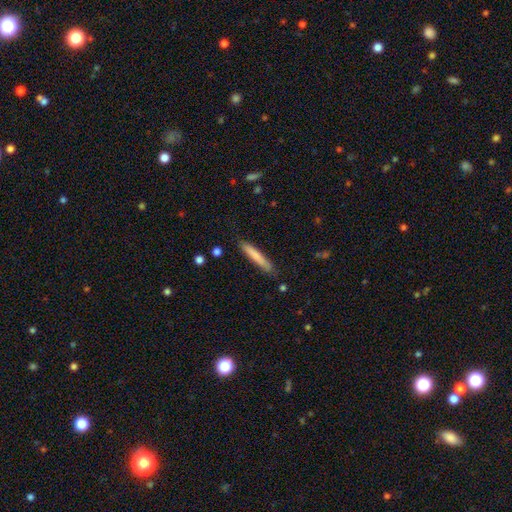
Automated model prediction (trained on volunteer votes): Q: Smooth or featured?
A: smooth (76%); runner-up: featured or disk (18%)
Q: How rounded?
A: cigar-shaped (94%); runner-up: in between (5%)
Q: Merging?
A: none (85%); runner-up: minor disturbance (11%)